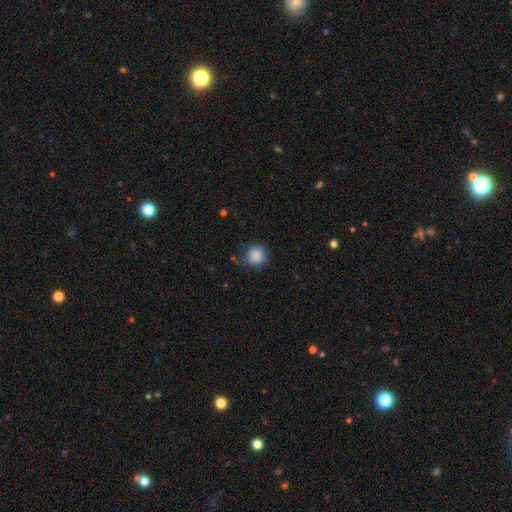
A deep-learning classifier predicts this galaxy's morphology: A smooth galaxy with no disk features (85%) that is round (88%).

Vote fractions:
- Smooth or featured? smooth: 85% / star or artifact: 8% / featured or disk: 7%
- How rounded? round: 88% / in between: 11% / cigar-shaped: 1%
- Merging? none: 70% / minor disturbance: 22% / major disturbance: 6% / merger: 2%